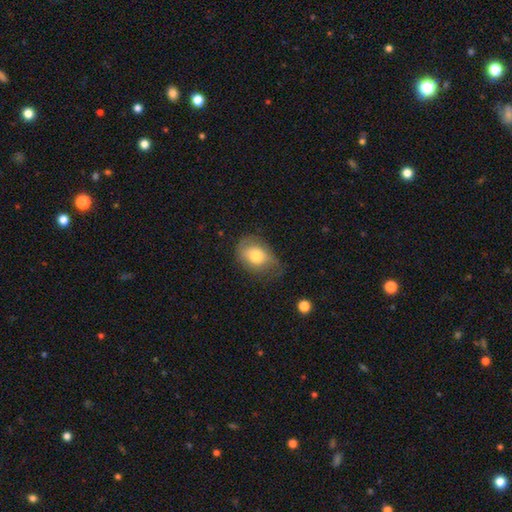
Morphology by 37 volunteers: Smooth or featured?
  - smooth: 78% *
  - featured or disk: 19%
  - star or artifact: 3%
How rounded?
  - in between: 55% *
  - round: 45%
  - cigar-shaped: 0%
Merging?
  - none: 61% *
  - minor disturbance: 28%
  - major disturbance: 11%
  - merger: 0%